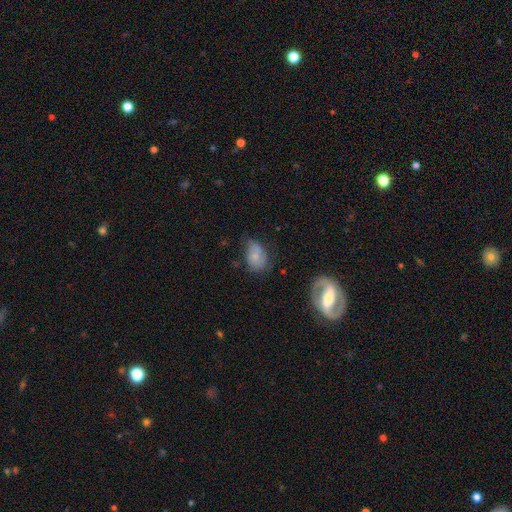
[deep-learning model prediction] smooth_or_featured: smooth (p=0.66) [alt: featured or disk p=0.25]
how_rounded: in between (p=0.83) [alt: round p=0.15]
merging: none (p=0.42) [alt: minor disturbance p=0.37]